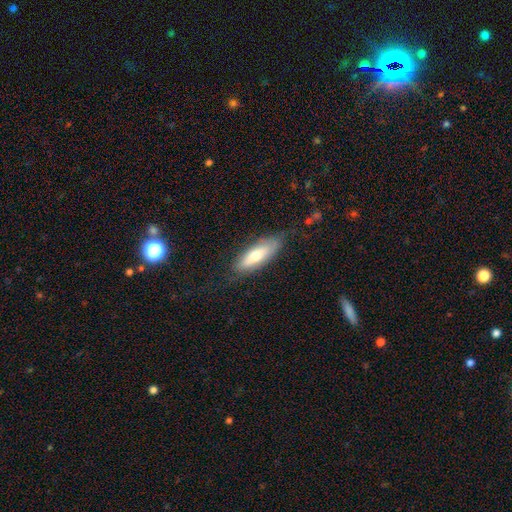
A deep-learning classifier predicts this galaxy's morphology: Q: Smooth or featured?
A: smooth (64%); runner-up: featured or disk (30%)
Q: How rounded?
A: in between (58%); runner-up: cigar-shaped (40%)
Q: Merging?
A: none (75%); runner-up: minor disturbance (18%)